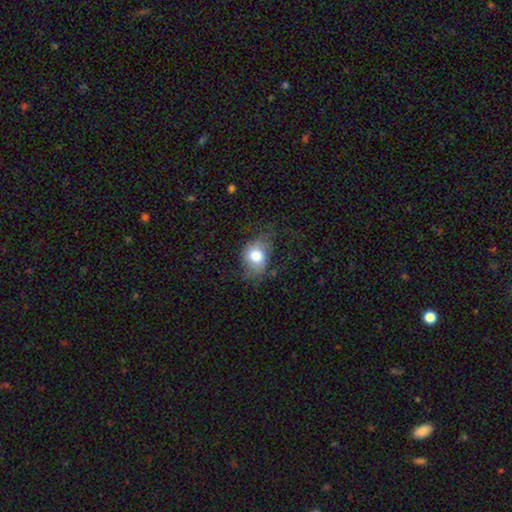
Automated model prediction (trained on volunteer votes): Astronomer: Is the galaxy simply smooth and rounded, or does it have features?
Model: smooth — 74%.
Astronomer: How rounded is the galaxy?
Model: in between — 62% (runner-up: round, 37%).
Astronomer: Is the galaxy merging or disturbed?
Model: none — 49% (runner-up: minor disturbance, 28%).